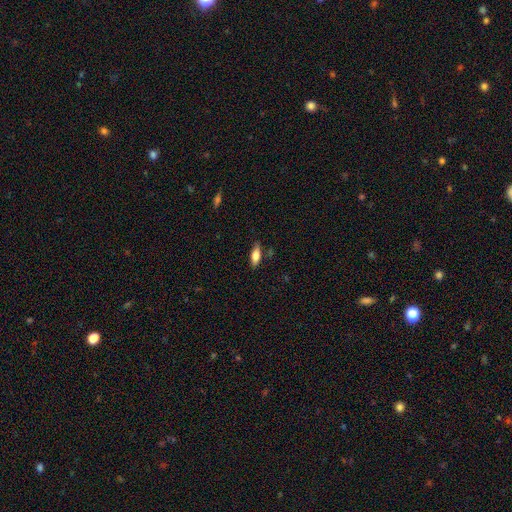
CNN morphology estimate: This appears to be a smooth galaxy with no disk features (74%) that is in between round and cigar-shaped (71%). Merging: none (81%).